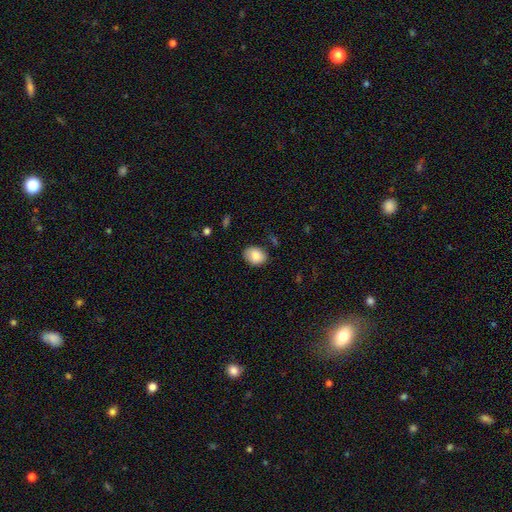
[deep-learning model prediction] Smooth or featured?
  - smooth: 86% *
  - star or artifact: 7%
  - featured or disk: 7%
How rounded?
  - in between: 64% *
  - round: 35%
  - cigar-shaped: 1%
Merging?
  - none: 79% *
  - minor disturbance: 16%
  - major disturbance: 3%
  - merger: 2%